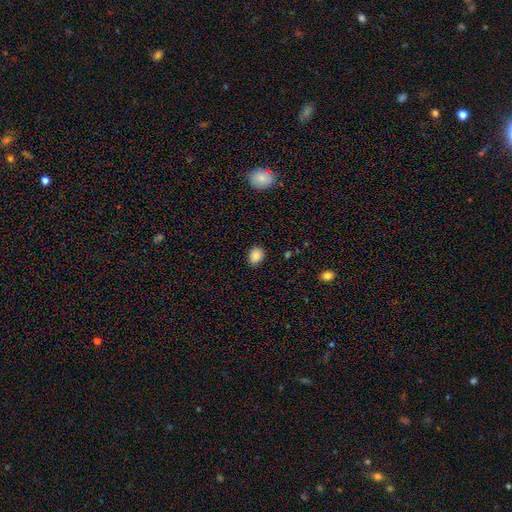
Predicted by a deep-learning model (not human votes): Smooth or featured: smooth — 86% (star or artifact — 10%)
How rounded: round — 51% (in between — 48%)
Merging: none — 84% (minor disturbance — 13%)